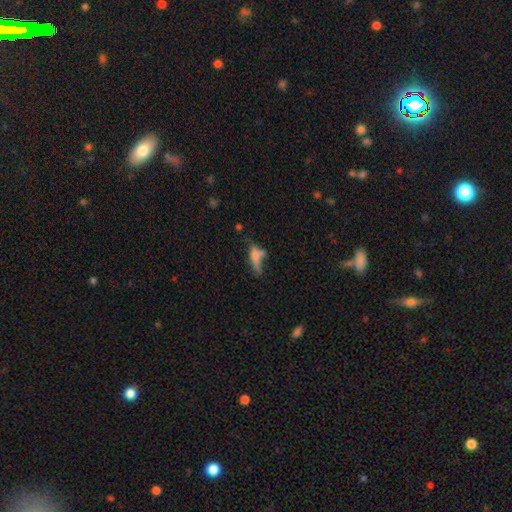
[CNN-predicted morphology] type=smooth (60%); roundness=cigar-shaped (53%); merging=none (33%).